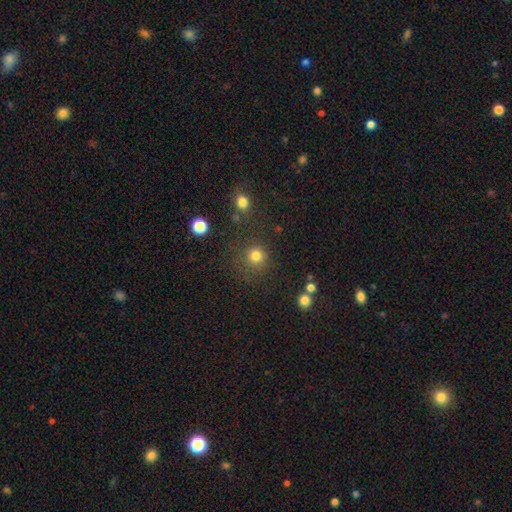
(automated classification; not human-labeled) This appears to be a smooth galaxy with no disk features (80%) that is round (92%). Merging: none (80%).